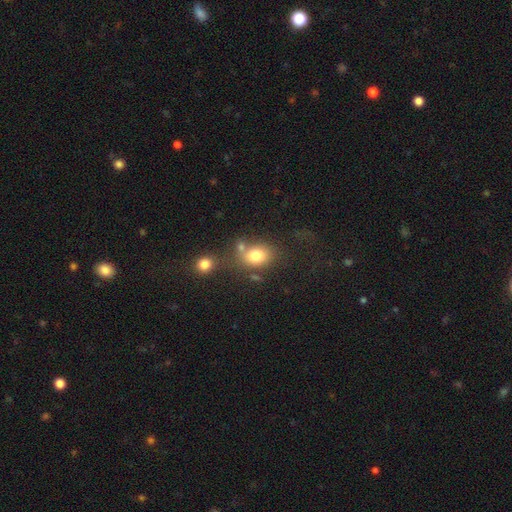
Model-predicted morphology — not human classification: This is likely a smooth galaxy (78%). How rounded: possibly in between (58%). Merging: possibly none (53%).